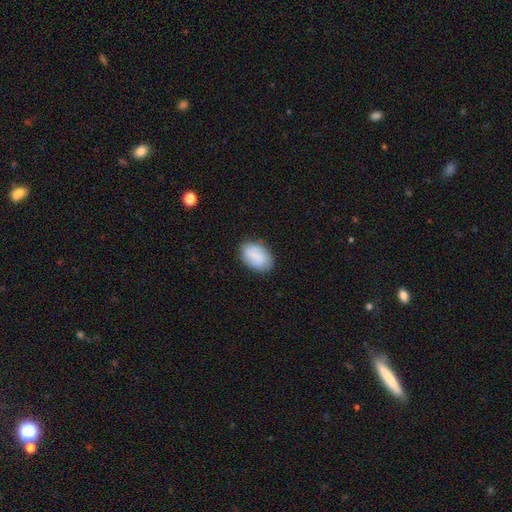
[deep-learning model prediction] Smooth or featured: smooth — 84% (featured or disk — 10%)
How rounded: in between — 88% (round — 11%)
Merging: none — 83% (minor disturbance — 13%)